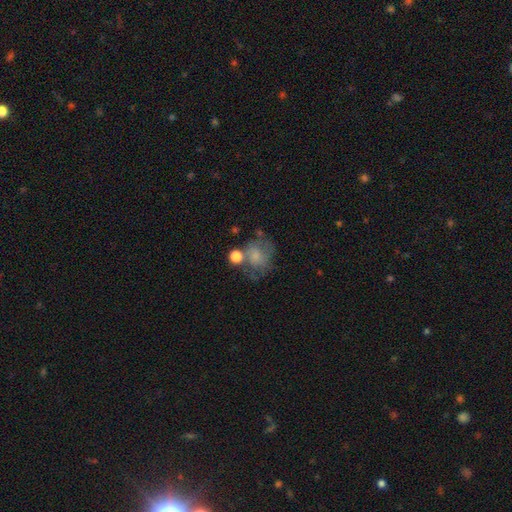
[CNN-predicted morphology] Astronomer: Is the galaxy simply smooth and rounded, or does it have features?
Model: smooth — 58%.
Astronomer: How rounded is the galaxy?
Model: round — 67%.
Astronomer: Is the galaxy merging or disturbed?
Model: none — 43% (runner-up: minor disturbance, 22%).